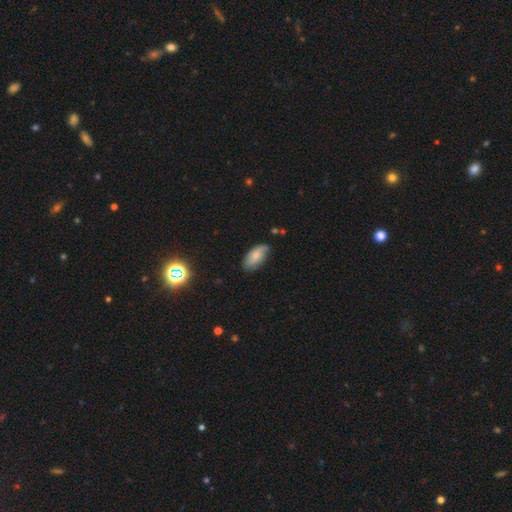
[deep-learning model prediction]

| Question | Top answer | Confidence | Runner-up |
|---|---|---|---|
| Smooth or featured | smooth | 69% | featured or disk (23%) |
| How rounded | in between | 91% | cigar-shaped (6%) |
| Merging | none | 69% | minor disturbance (25%) |